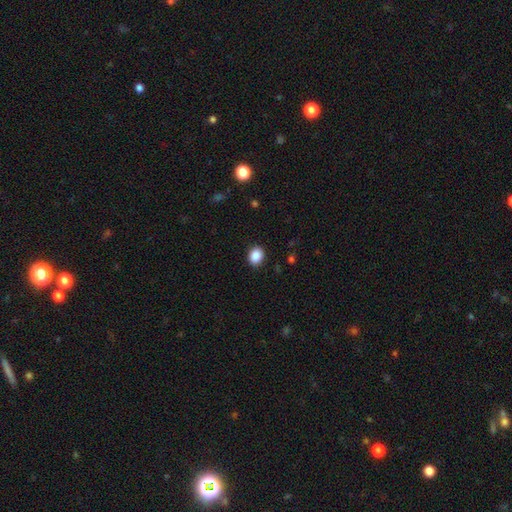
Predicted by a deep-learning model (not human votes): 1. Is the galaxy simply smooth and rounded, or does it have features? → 89% smooth, 8% star or artifact, 3% featured or disk.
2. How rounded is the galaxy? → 50% in between, 49% round, 1% cigar-shaped.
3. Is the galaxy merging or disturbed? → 90% none, 7% minor disturbance, 2% major disturbance, 1% merger.